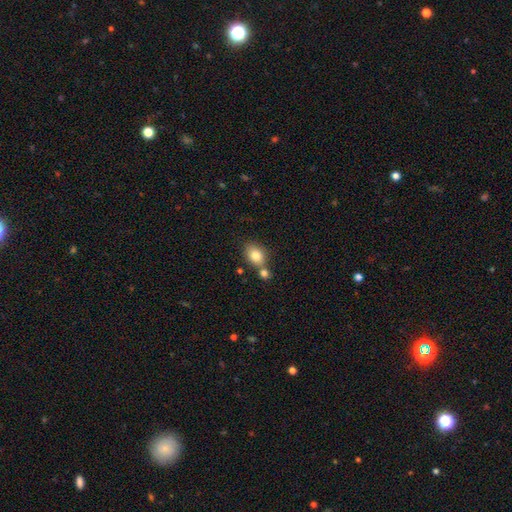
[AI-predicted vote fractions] This is clearly a smooth galaxy (82%). How rounded: likely in between (67%). Merging: possibly none (56%).